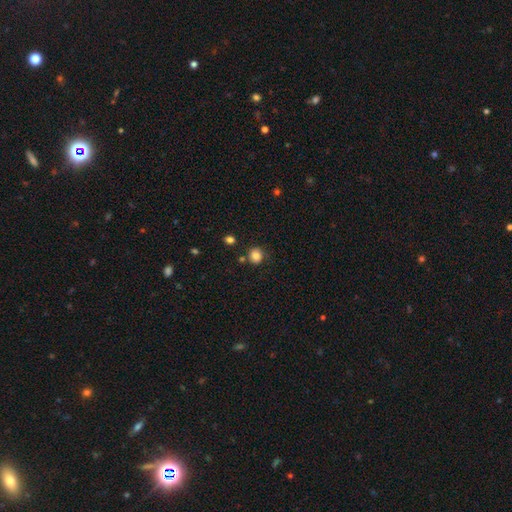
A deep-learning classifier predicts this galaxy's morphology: Smooth or featured: smooth — 83% (star or artifact — 11%)
How rounded: round — 82% (in between — 17%)
Merging: none — 75% (minor disturbance — 14%)